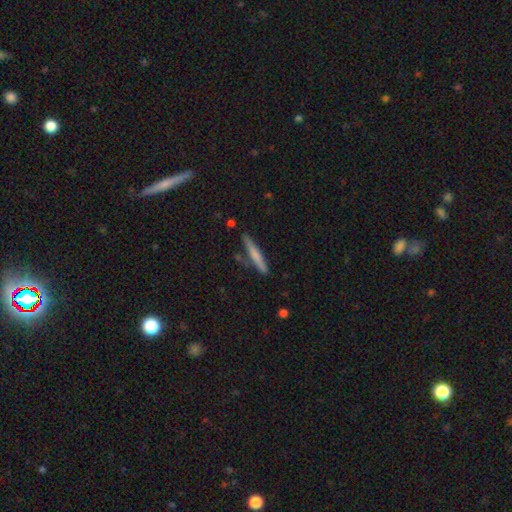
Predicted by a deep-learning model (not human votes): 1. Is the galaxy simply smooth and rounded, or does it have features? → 61% smooth, 33% featured or disk, 6% star or artifact.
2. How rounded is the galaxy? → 94% cigar-shaped, 5% in between, 2% round.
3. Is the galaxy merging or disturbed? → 81% none, 12% minor disturbance, 5% merger, 2% major disturbance.